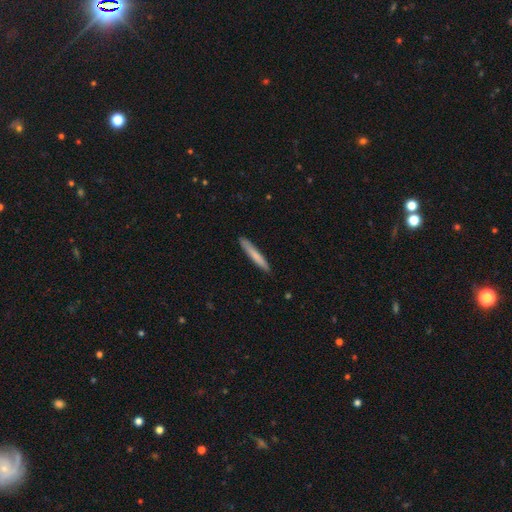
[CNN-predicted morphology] Smooth or featured? smooth (74%)
How rounded? cigar-shaped (96%)
Merging? none (90%)